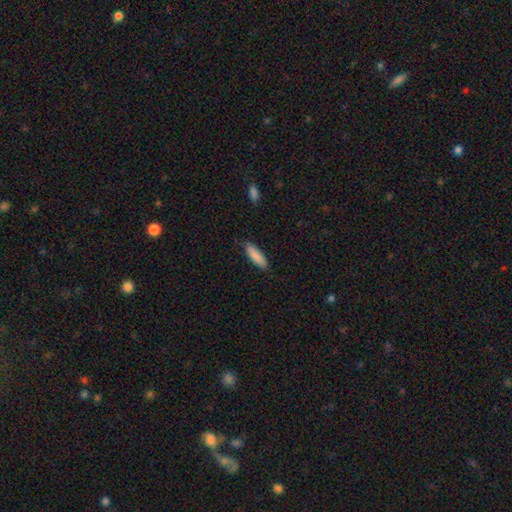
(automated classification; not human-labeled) Smooth or featured? smooth (88%)
How rounded? in between (51%)
Merging? none (80%)